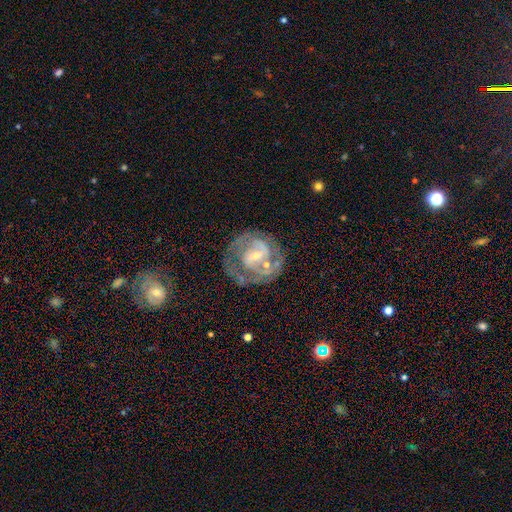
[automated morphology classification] type=featured or disk (83%); edge-on=no (97%); bar=weak (45%); spiral arms=yes (88%); winding=tight (50%); arm count=2 (55%); bulge=small (67%); merging=none (58%).